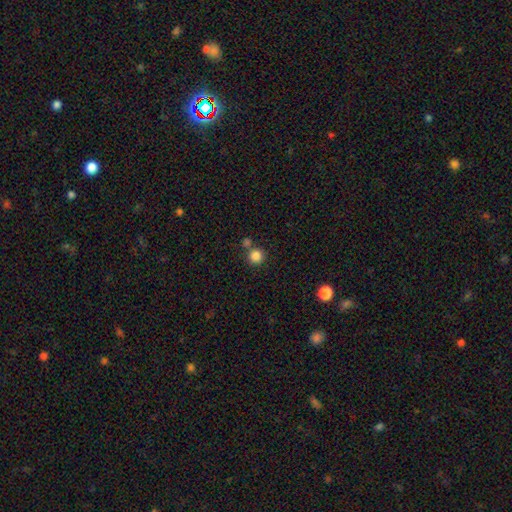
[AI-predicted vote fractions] The model was most divided on "merging": none: 71%, merger: 18%, minor disturbance: 8%, major disturbance: 3%. More confident: how rounded — round (94%); smooth or featured — smooth (84%).